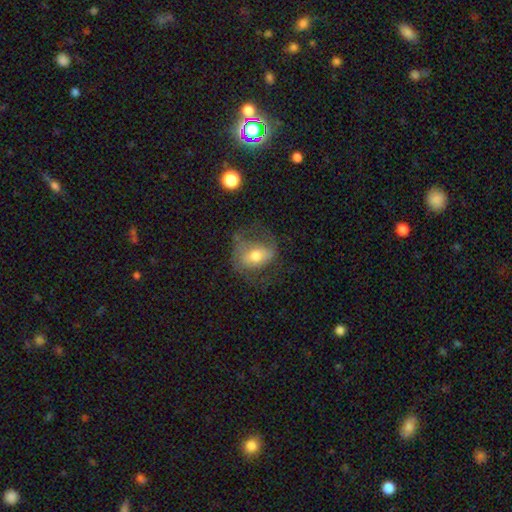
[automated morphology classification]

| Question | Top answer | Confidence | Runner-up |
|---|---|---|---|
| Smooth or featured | featured or disk | 51% | smooth (41%) |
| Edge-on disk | no | 94% | yes (6%) |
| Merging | none | 45% | major disturbance (30%) |